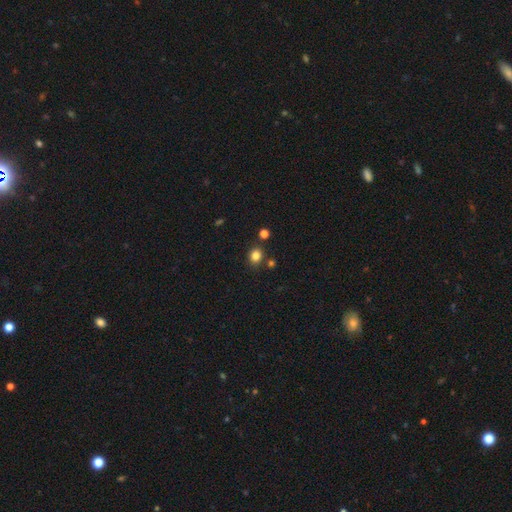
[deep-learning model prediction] Overall: smooth (82%). How rounded: round (65%; in between 34%). Merging: none (80%).